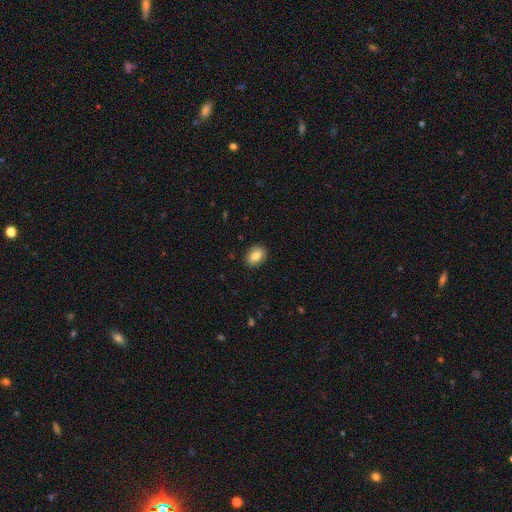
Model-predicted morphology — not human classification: Q: Smooth or featured?
A: smooth (79%); runner-up: featured or disk (13%)
Q: How rounded?
A: in between (74%); runner-up: round (25%)
Q: Merging?
A: none (88%); runner-up: minor disturbance (9%)